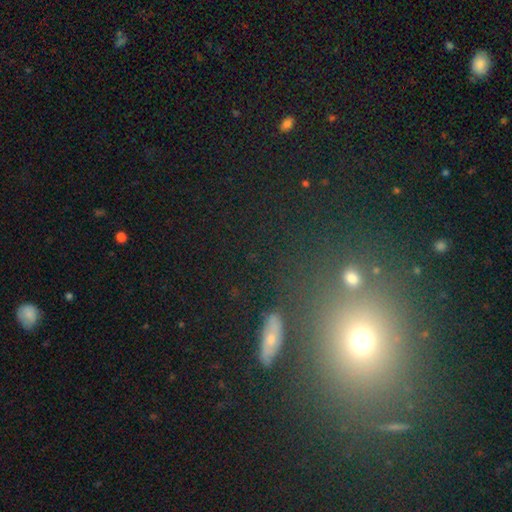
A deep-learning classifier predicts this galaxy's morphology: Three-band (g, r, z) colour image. It shows a star or artifact, not a galaxy (44%).